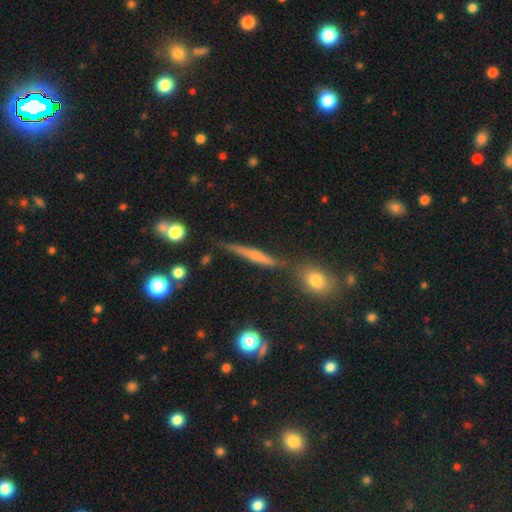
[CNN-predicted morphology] A featured or disk galaxy (52%) viewed edge-on (93%). Merging: none (72%).